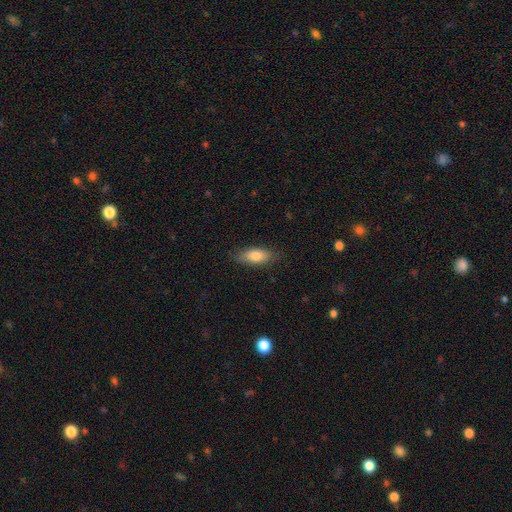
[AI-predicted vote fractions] Smooth or featured: smooth — 79% (featured or disk — 14%)
How rounded: in between — 77% (cigar-shaped — 20%)
Merging: none — 82% (minor disturbance — 14%)